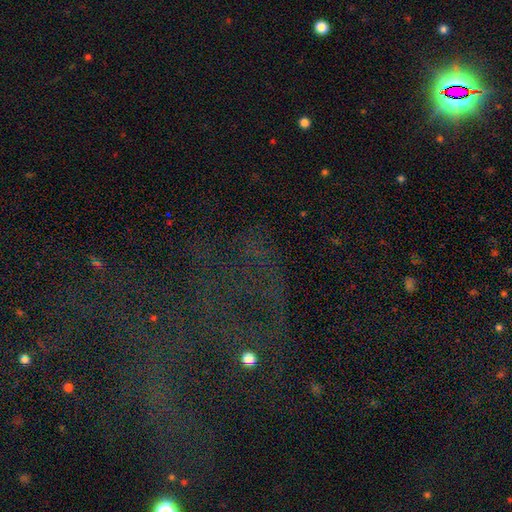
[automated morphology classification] The model was most divided on "smooth or featured": star or artifact: 74%, smooth: 13%, featured or disk: 12%.